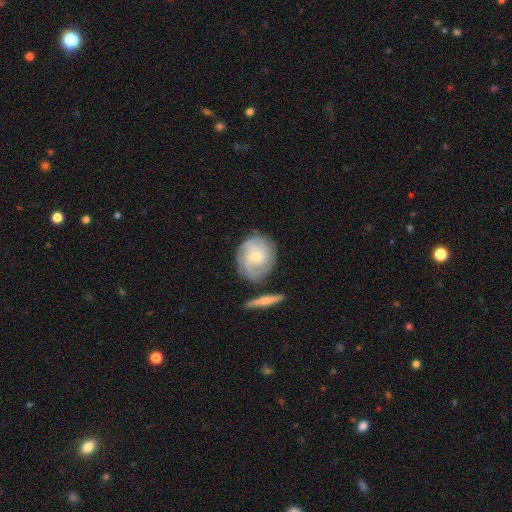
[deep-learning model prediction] Overall: featured or disk (74%). Edge-on disk: no (96%). Bar: no (61%; weak 33%). Spiral arms: yes (93%). Spiral arm count: 3 (32%; can't tell 25%). Spiral winding: tight (50%; medium 38%). Bulge size: small (61%; moderate 34%). Merging: none (72%).